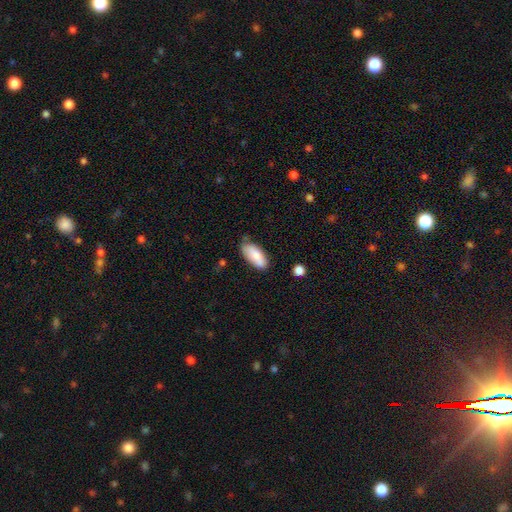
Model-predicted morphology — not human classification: A smooth galaxy with no disk features (83%) that is in between round and cigar-shaped (85%). Merging: none (70%).